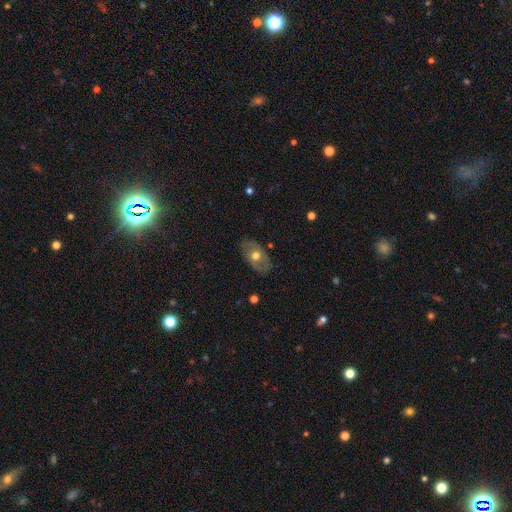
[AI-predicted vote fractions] A featured or disk galaxy (49%). Merging: none (81%).